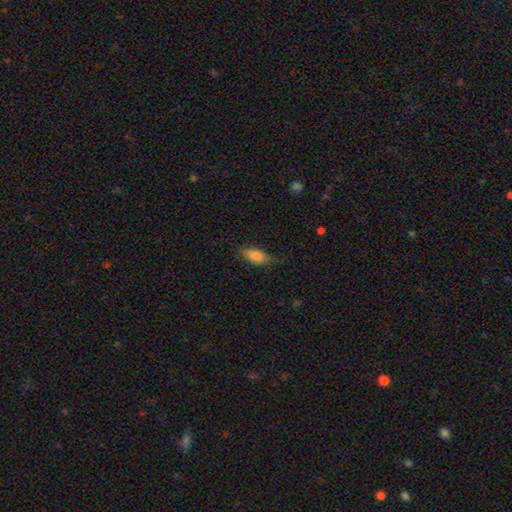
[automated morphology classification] A smooth galaxy with no disk features (84%) that is in between round and cigar-shaped (76%). Merging: none (79%).